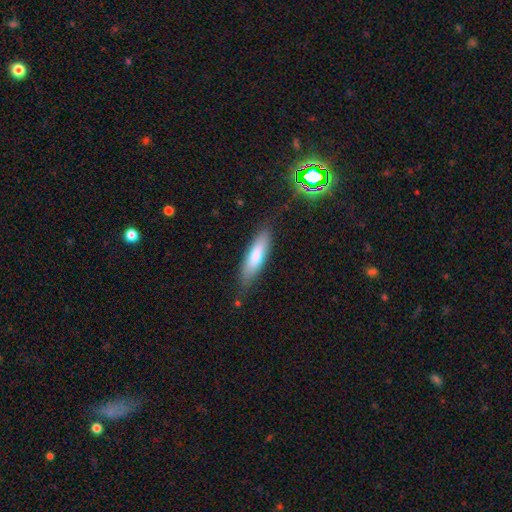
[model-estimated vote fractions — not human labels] The model was most divided on "how rounded": cigar-shaped: 64%, in between: 35%, round: 2%. More confident: merging — none (81%); smooth or featured — smooth (71%).